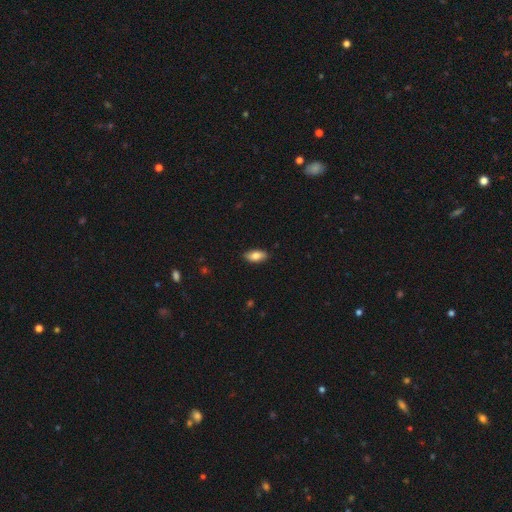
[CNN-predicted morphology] type=smooth (82%); roundness=in between (90%); merging=none (88%).